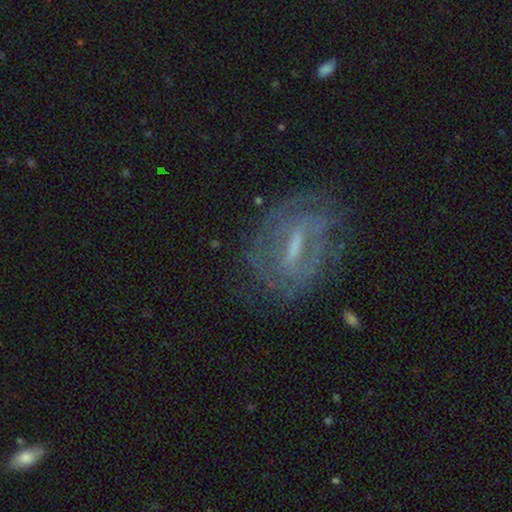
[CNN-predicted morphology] Q: Smooth or featured?
A: featured or disk (77%); runner-up: smooth (14%)
Q: Edge-on disk?
A: no (90%); runner-up: yes (10%)
Q: Bar?
A: strong (49%); runner-up: weak (40%)
Q: Spiral arms?
A: yes (77%); runner-up: no (23%)
Q: Spiral winding?
A: tight (57%); runner-up: medium (33%)
Q: Spiral arm count?
A: can't tell (47%); runner-up: 2 (34%)
Q: Bulge size?
A: small (40%); runner-up: moderate (32%)
Q: Merging?
A: none (70%); runner-up: minor disturbance (18%)